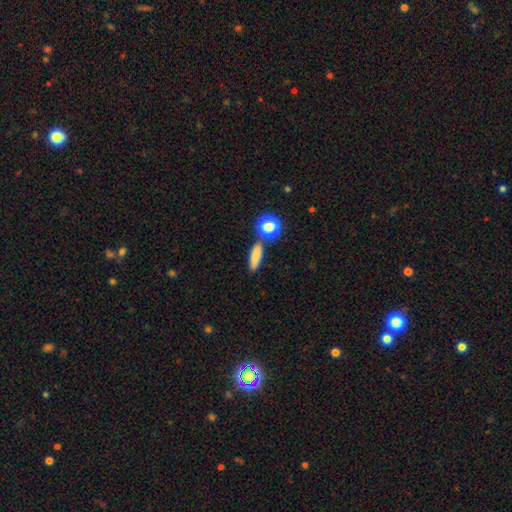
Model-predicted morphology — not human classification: Smooth or featured? Predicted: smooth (p=0.79). How rounded? Predicted: cigar-shaped (p=0.49). Merging? Predicted: none (p=0.77).